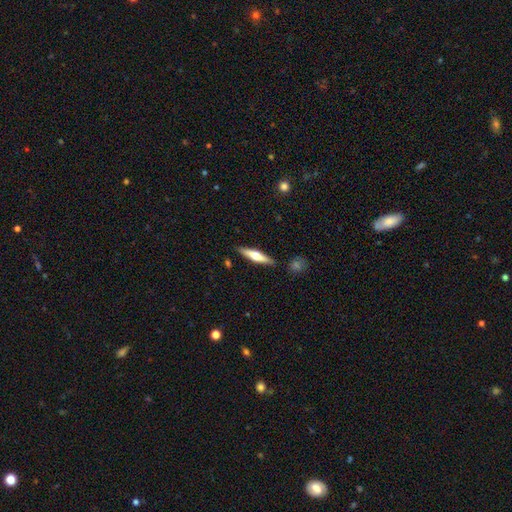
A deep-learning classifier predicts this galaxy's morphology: Q: Smooth or featured?
A: featured or disk (51%); runner-up: smooth (44%)
Q: Edge-on disk?
A: yes (94%); runner-up: no (6%)
Q: Merging?
A: none (88%); runner-up: minor disturbance (8%)